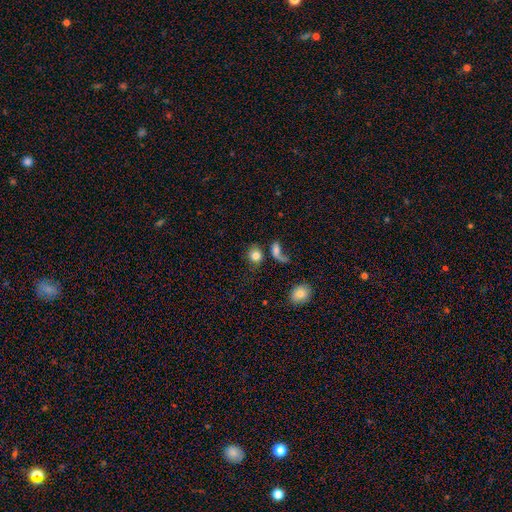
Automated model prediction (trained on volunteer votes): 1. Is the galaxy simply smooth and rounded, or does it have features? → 78% smooth, 12% featured or disk, 10% star or artifact.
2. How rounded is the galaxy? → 67% round, 31% in between, 2% cigar-shaped.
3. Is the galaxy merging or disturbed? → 46% none, 22% merger, 18% major disturbance, 14% minor disturbance.